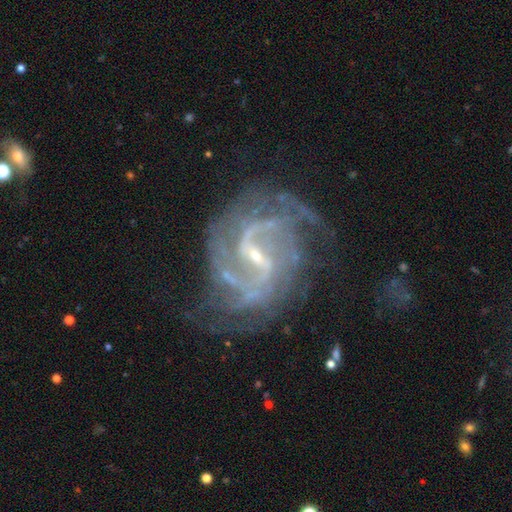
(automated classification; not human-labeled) Smooth or featured: featured or disk — 91% (star or artifact — 6%)
Edge-on disk: no — 98% (yes — 2%)
Bar: weak — 50% (strong — 38%)
Spiral arms: yes — 97% (no — 3%)
Spiral winding: medium — 50% (loose — 27%)
Spiral arm count: 2 — 60% (can't tell — 13%)
Bulge size: small — 75% (moderate — 18%)
Merging: none — 63% (minor disturbance — 20%)